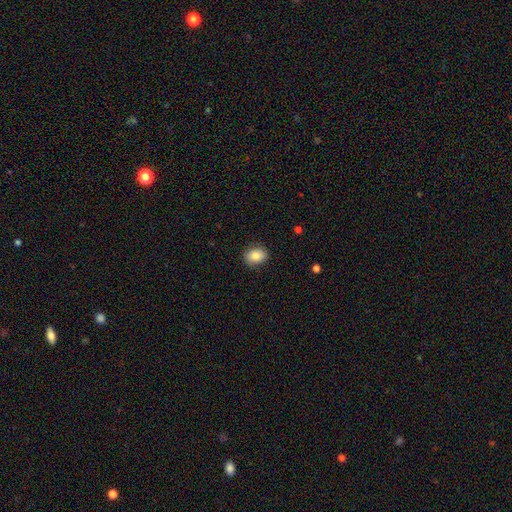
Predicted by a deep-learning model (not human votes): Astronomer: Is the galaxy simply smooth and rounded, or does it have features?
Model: smooth — 83%.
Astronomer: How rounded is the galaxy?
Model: in between — 53% (runner-up: round, 46%).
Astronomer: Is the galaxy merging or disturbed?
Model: none — 85%.